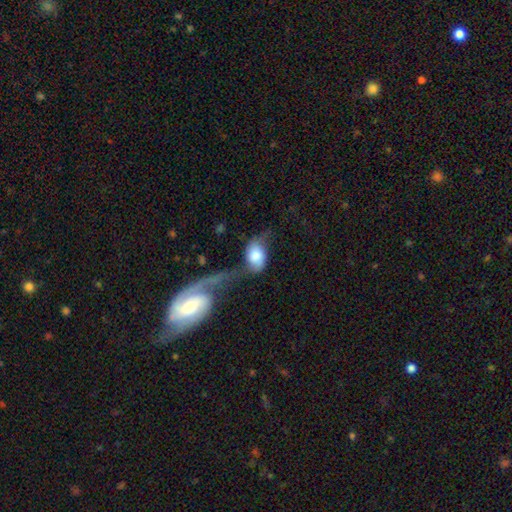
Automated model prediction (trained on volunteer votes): Smooth or featured?
  - smooth: 58% *
  - featured or disk: 35%
  - star or artifact: 7%
How rounded?
  - in between: 82% *
  - round: 16%
  - cigar-shaped: 2%
Merging?
  - merger: 35% *
  - major disturbance: 26%
  - none: 23%
  - minor disturbance: 16%